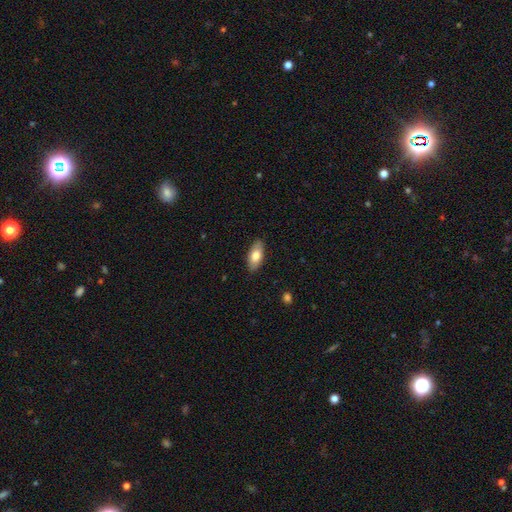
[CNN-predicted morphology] smooth-or-featured: smooth: 75% | featured or disk: 19% | star or artifact: 6%
  how-rounded: in between: 89% | cigar-shaped: 8% | round: 3%
  merging: none: 87% | minor disturbance: 10% | major disturbance: 2% | merger: 1%